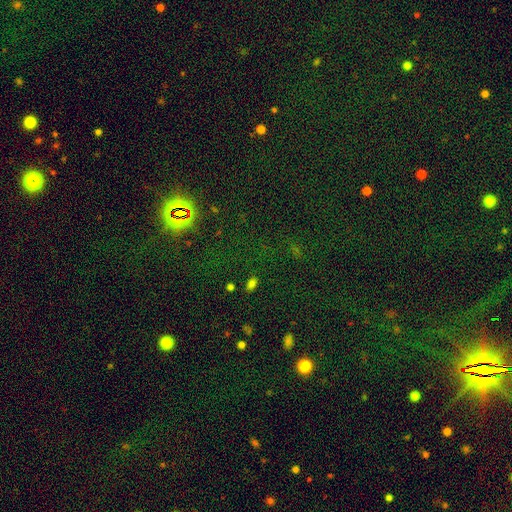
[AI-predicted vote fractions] The model was most divided on "smooth or featured": star or artifact: 75%, smooth: 17%, featured or disk: 8%.